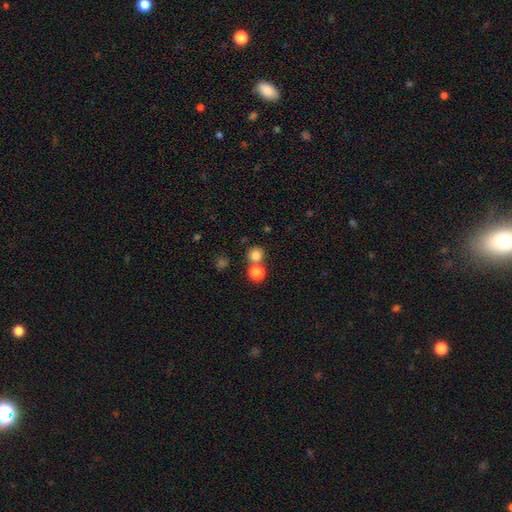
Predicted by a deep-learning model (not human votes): Smooth or featured?
  - smooth: 79% *
  - star or artifact: 14%
  - featured or disk: 6%
How rounded?
  - round: 90% *
  - in between: 9%
  - cigar-shaped: 1%
Merging?
  - none: 65% *
  - merger: 26%
  - minor disturbance: 7%
  - major disturbance: 3%